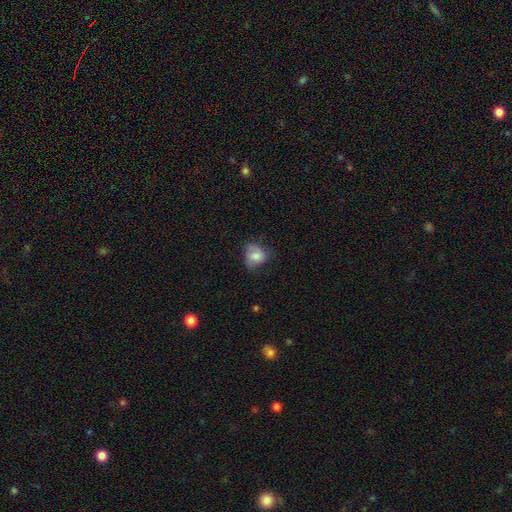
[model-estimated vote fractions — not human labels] This is likely a smooth galaxy (72%). How rounded: possibly round (50%). Merging: possibly none (47%).